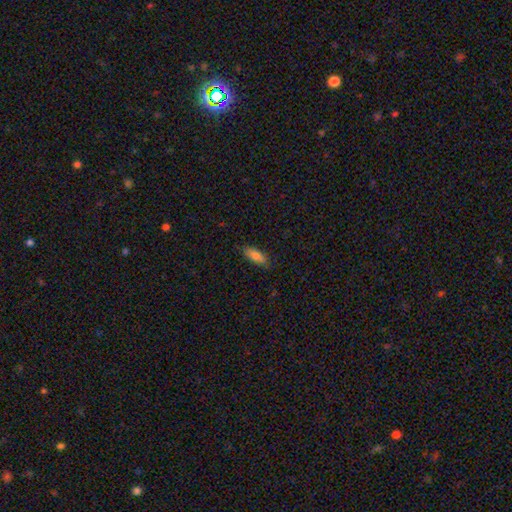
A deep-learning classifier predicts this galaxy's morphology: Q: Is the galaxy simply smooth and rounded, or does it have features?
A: smooth — 84%.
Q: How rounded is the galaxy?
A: in between — 72%.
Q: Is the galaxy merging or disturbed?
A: none — 83%.